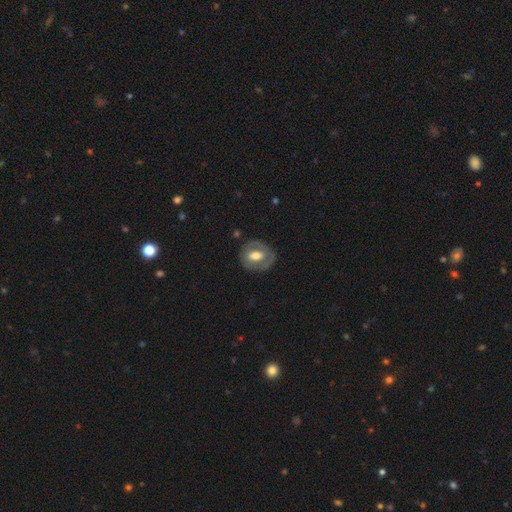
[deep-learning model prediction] Overall: featured or disk (52%; smooth 42%). Edge-on disk: no (94%). Merging: none (75%).